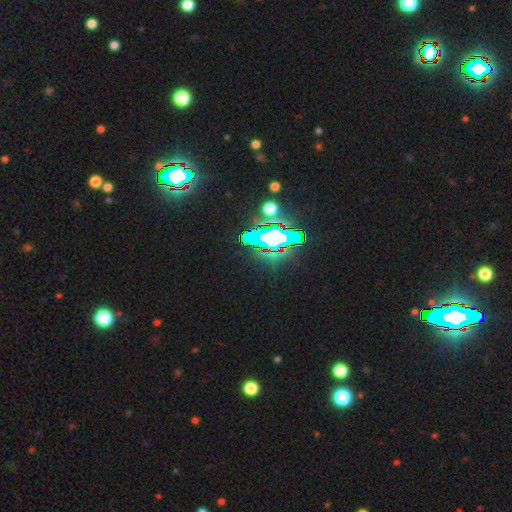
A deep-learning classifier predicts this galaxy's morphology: A star or artifact, not a galaxy (83%).

Vote fractions:
- Smooth or featured? star or artifact: 83% / smooth: 9% / featured or disk: 8%